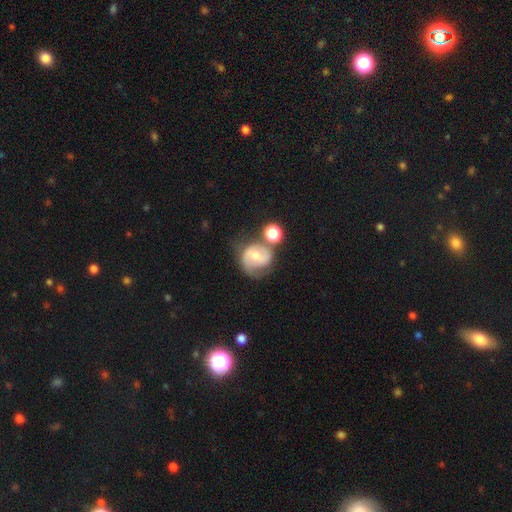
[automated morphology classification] Smooth or featured: featured or disk — 66% (smooth — 27%)
Edge-on disk: no — 98% (yes — 2%)
Bar: weak — 45% (no — 40%)
Spiral arms: yes — 85% (no — 15%)
Spiral winding: medium — 45% (tight — 33%)
Spiral arm count: 2 — 69% (1 — 13%)
Bulge size: moderate — 57% (small — 34%)
Merging: none — 46% (merger — 21%)